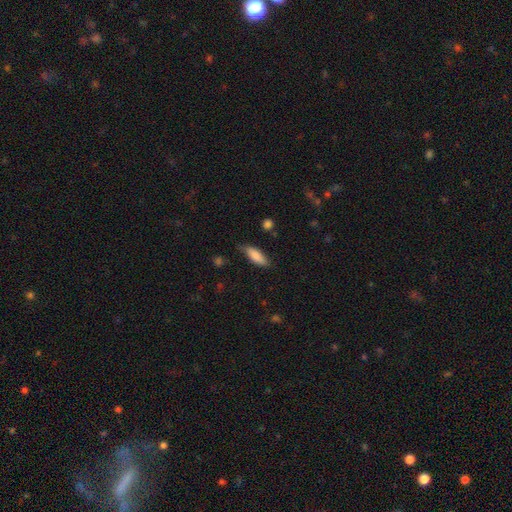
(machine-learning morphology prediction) smooth-or-featured: smooth: 83% | featured or disk: 11% | star or artifact: 6%
  how-rounded: in between: 67% | cigar-shaped: 31% | round: 2%
  merging: none: 74% | minor disturbance: 20% | major disturbance: 4% | merger: 2%